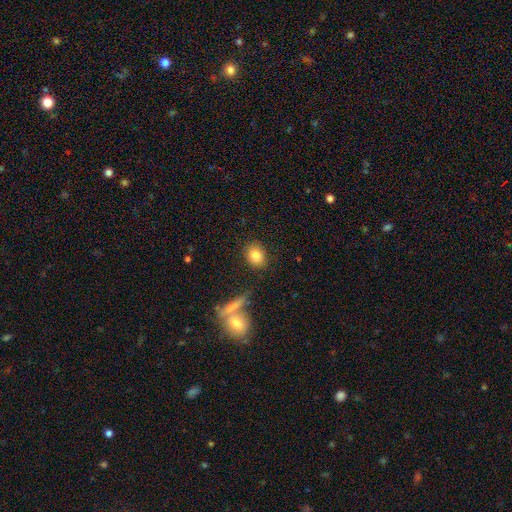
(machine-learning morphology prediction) type=smooth (82%); roundness=in between (50%); merging=none (83%).